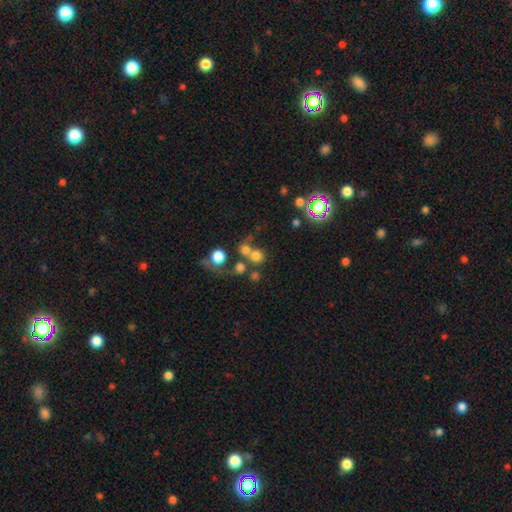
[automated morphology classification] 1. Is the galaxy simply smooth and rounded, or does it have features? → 69% smooth, 18% star or artifact, 13% featured or disk.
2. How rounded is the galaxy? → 87% round, 12% in between, 1% cigar-shaped.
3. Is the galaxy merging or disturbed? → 46% none, 39% merger, 8% minor disturbance, 7% major disturbance.